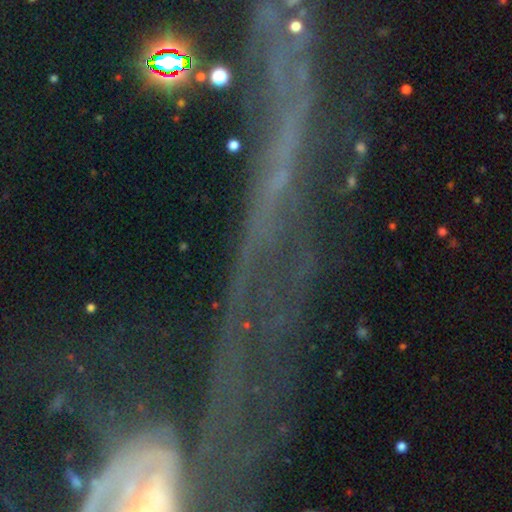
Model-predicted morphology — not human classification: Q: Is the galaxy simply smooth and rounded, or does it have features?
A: star or artifact — 57%.